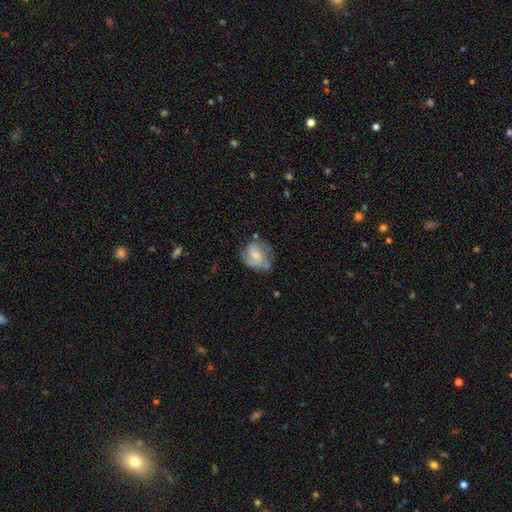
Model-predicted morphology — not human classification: type=featured or disk (80%); edge-on=no (98%); bar=no (47%); spiral arms=yes (95%); winding=medium (51%); arm count=2 (73%); bulge=small (52%); merging=none (64%).